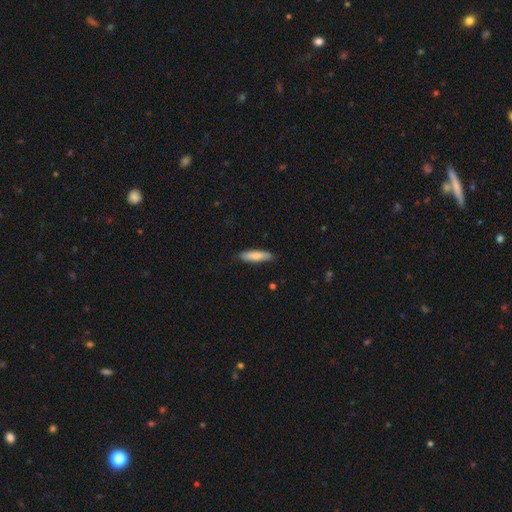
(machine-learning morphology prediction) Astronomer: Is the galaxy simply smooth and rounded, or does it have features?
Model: smooth — 81%.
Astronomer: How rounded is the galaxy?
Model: cigar-shaped — 68%.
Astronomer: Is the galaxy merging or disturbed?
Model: none — 84%.